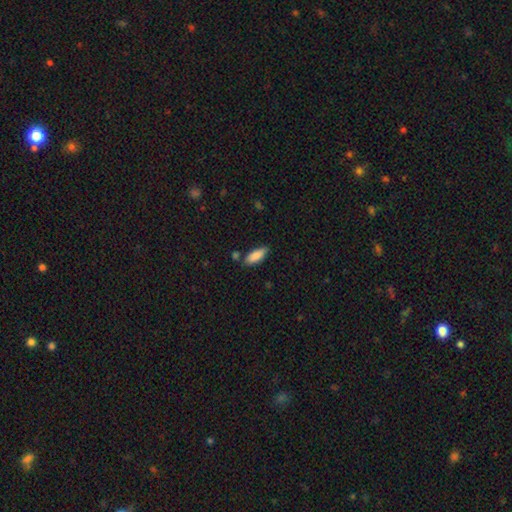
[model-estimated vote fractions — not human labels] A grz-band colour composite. It shows a smooth galaxy with no disk features (87%) that is in between round and cigar-shaped (77%). Merging: none (77%).